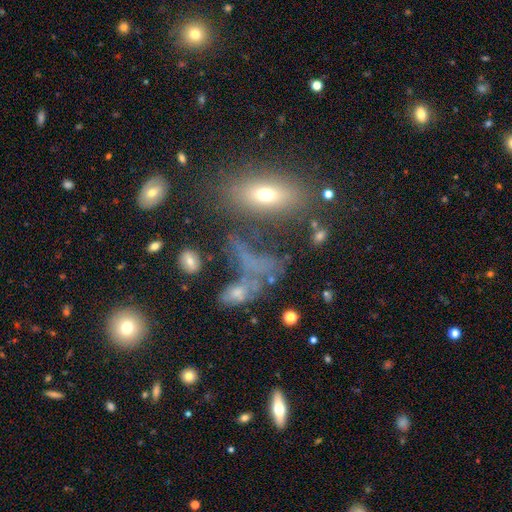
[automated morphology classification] type=smooth (40%); merging=none (51%).